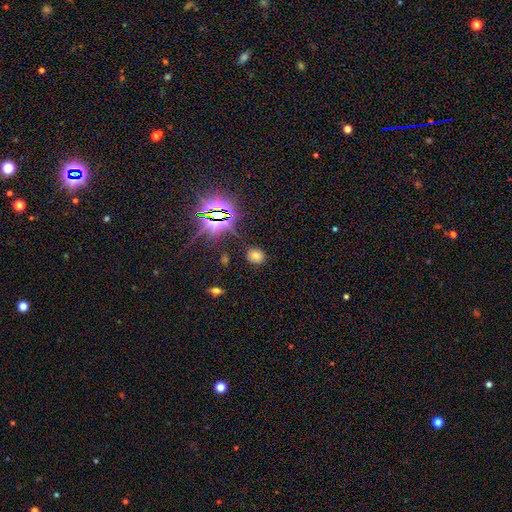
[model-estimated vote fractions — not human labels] A smooth galaxy with no disk features (59%) that is round (71%).

Vote fractions:
- Smooth or featured? smooth: 59% / star or artifact: 33% / featured or disk: 8%
- How rounded? round: 71% / in between: 27% / cigar-shaped: 2%
- Merging? none: 83% / minor disturbance: 11% / major disturbance: 4% / merger: 2%